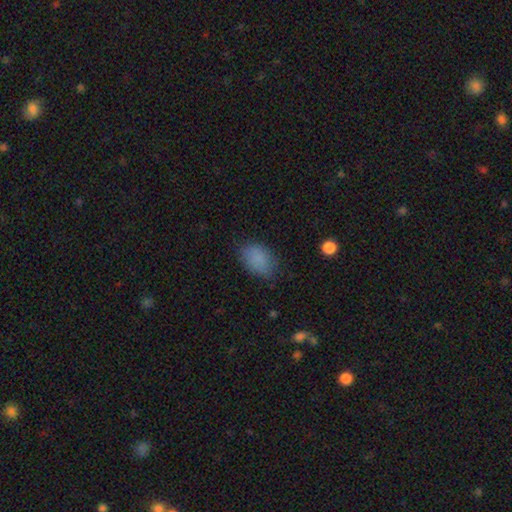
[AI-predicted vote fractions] smooth 85%, star or artifact 10%, featured or disk 5%. Down the decision tree: how rounded — in between (84%); merging — none (75%).